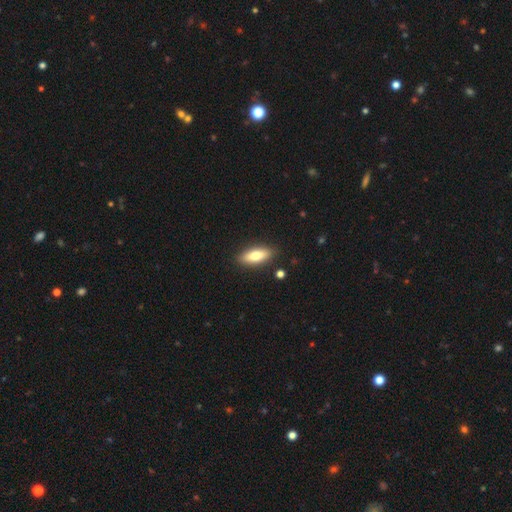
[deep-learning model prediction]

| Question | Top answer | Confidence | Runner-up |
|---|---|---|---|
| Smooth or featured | smooth | 74% | featured or disk (20%) |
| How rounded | in between | 72% | cigar-shaped (25%) |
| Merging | none | 88% | minor disturbance (9%) |